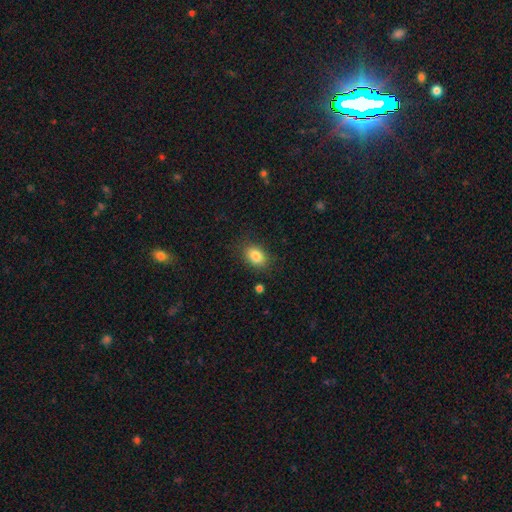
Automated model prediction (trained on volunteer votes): This appears to be a smooth galaxy with no disk features (84%) that is in between round and cigar-shaped (77%). Merging: none (83%).